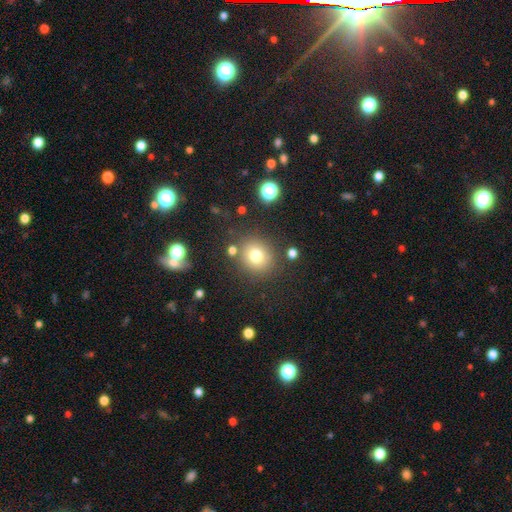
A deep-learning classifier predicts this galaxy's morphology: Smooth or featured: smooth — 76% (star or artifact — 14%)
How rounded: round — 82% (in between — 17%)
Merging: none — 81% (minor disturbance — 10%)